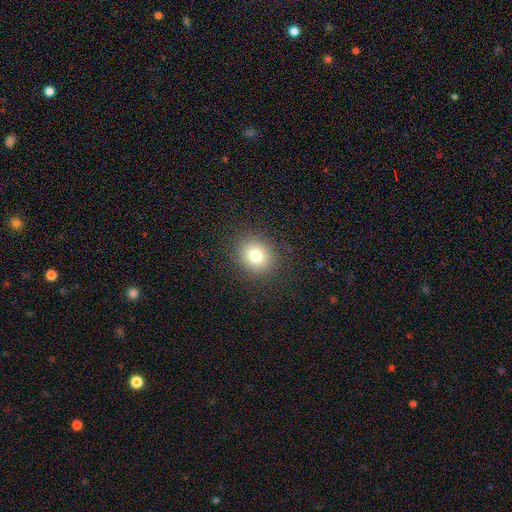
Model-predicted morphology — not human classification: A smooth galaxy with no disk features (78%) that is round (75%). Merging: none (88%).